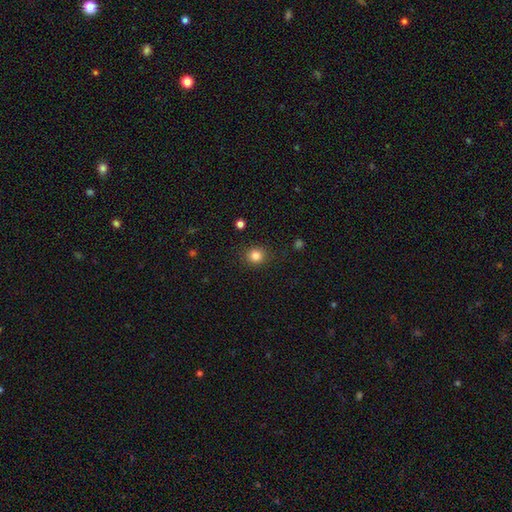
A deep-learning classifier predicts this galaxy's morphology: smooth 83%, star or artifact 12%, featured or disk 5%. Down the decision tree: how rounded — round (88%); merging — none (89%).